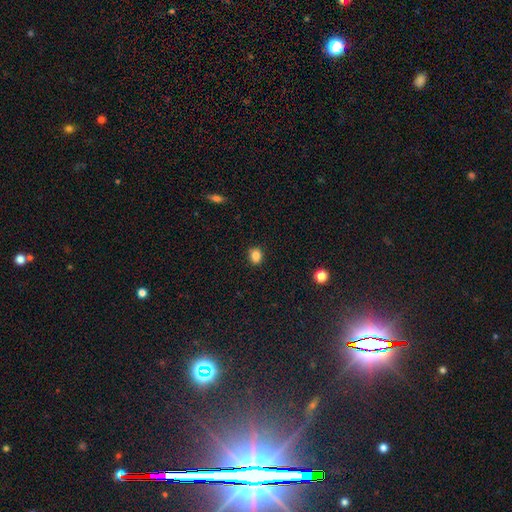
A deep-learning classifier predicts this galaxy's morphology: Smooth or featured? smooth (84%)
How rounded? round (57%)
Merging? none (89%)